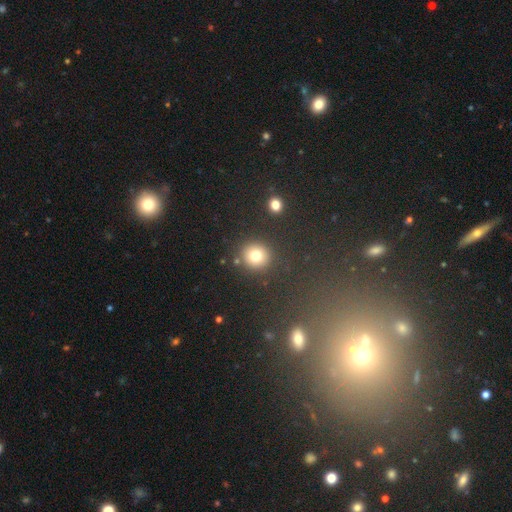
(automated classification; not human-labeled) Q: Smooth or featured?
A: smooth (78%); runner-up: star or artifact (14%)
Q: How rounded?
A: round (90%); runner-up: in between (9%)
Q: Merging?
A: none (86%); runner-up: minor disturbance (7%)